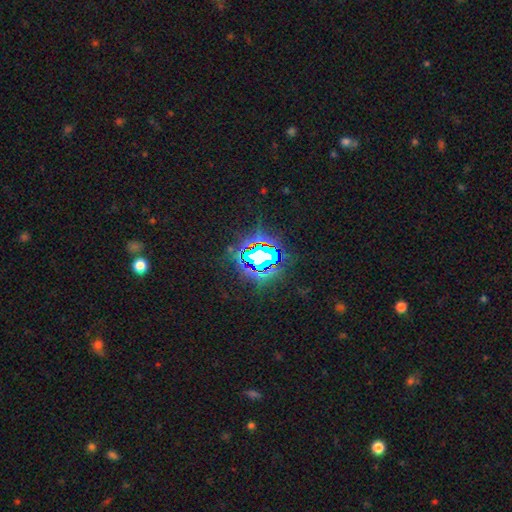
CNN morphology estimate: Smooth or featured: star or artifact — 78% (smooth — 12%)